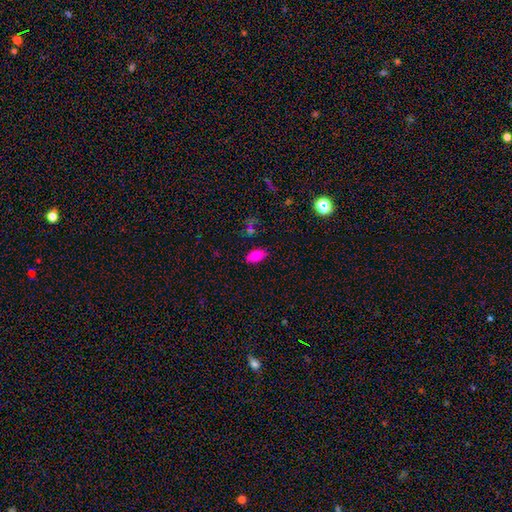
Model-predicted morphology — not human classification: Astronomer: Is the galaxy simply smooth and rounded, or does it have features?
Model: smooth — 83%.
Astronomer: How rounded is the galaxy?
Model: in between — 93%.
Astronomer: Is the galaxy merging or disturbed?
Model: none — 80%.